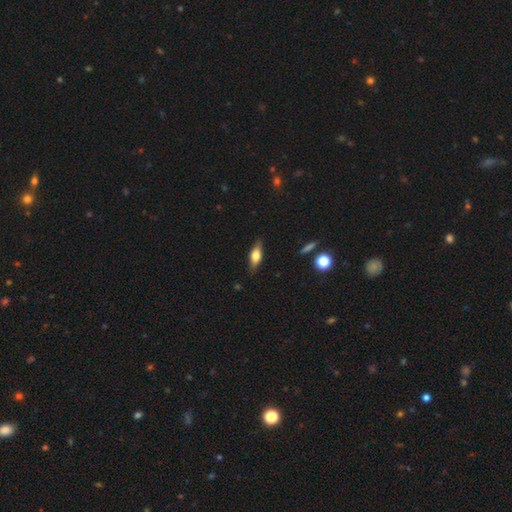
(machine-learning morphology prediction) The model was most divided on "smooth or featured": smooth: 59%, featured or disk: 34%, star or artifact: 7%. More confident: merging — none (84%); how rounded — in between (65%).